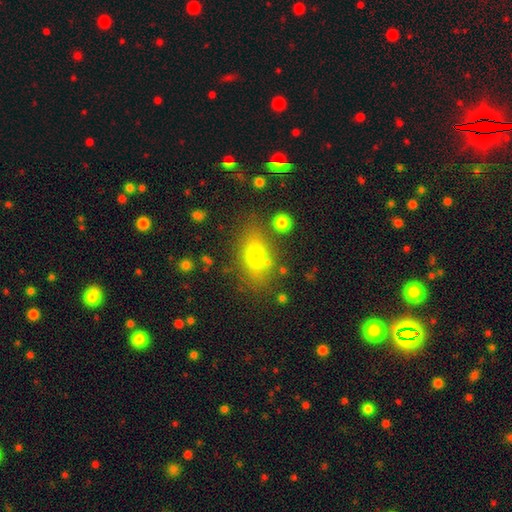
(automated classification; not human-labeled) Smooth or featured: smooth — 72% (featured or disk — 15%)
How rounded: in between — 76% (round — 18%)
Merging: none — 72% (minor disturbance — 14%)